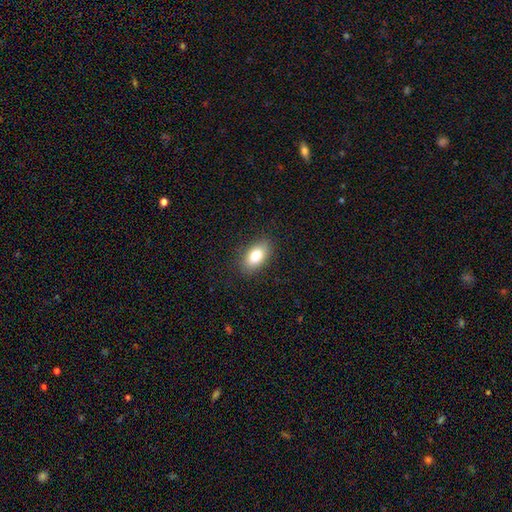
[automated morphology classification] smooth_or_featured: smooth (p=0.80) [alt: featured or disk p=0.12]
how_rounded: in between (p=0.90) [alt: round p=0.07]
merging: none (p=0.87) [alt: minor disturbance p=0.09]